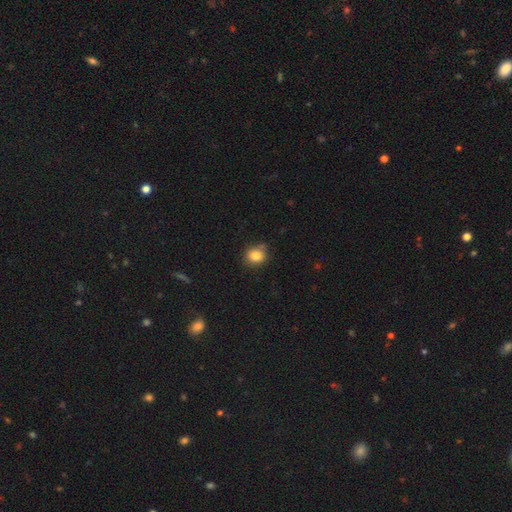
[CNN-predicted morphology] Smooth or featured: smooth — 82% (star or artifact — 11%)
How rounded: round — 76% (in between — 23%)
Merging: none — 75% (minor disturbance — 17%)